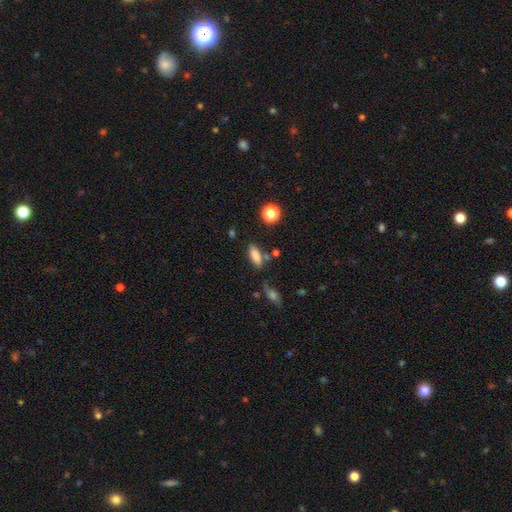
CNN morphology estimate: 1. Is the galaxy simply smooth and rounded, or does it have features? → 81% smooth, 10% star or artifact, 9% featured or disk.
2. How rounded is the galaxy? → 70% in between, 25% cigar-shaped, 5% round.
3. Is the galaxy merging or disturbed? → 70% none, 17% minor disturbance, 8% merger, 5% major disturbance.